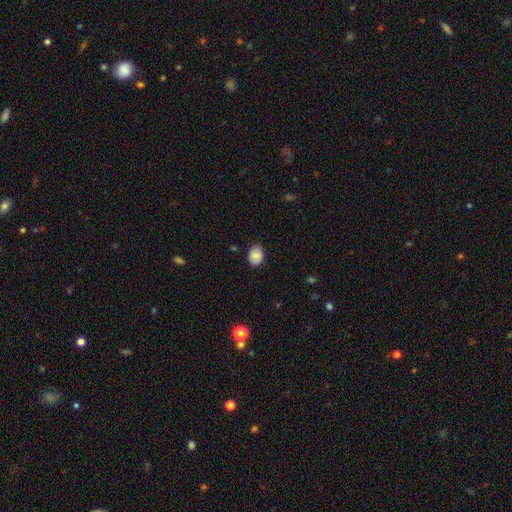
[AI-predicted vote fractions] The model was most divided on "how rounded": in between: 64%, round: 35%, cigar-shaped: 1%. More confident: smooth or featured — smooth (85%); merging — none (81%).